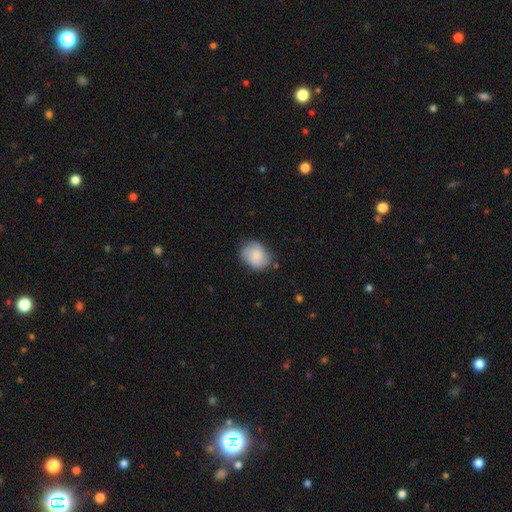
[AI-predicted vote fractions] smooth 77%, featured or disk 16%, star or artifact 7%. Down the decision tree: how rounded — in between (54%); merging — none (63%).